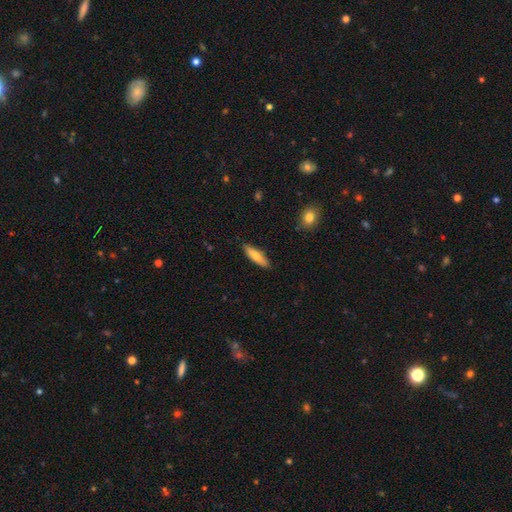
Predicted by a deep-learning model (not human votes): Smooth or featured: smooth — 74% (featured or disk — 20%)
How rounded: cigar-shaped — 67% (in between — 32%)
Merging: none — 87% (minor disturbance — 10%)